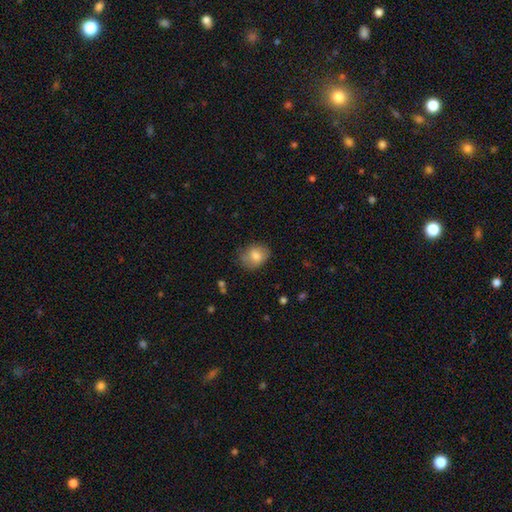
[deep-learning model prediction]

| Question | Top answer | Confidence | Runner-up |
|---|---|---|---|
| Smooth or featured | smooth | 77% | featured or disk (15%) |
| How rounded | in between | 54% | round (45%) |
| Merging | none | 66% | minor disturbance (25%) |